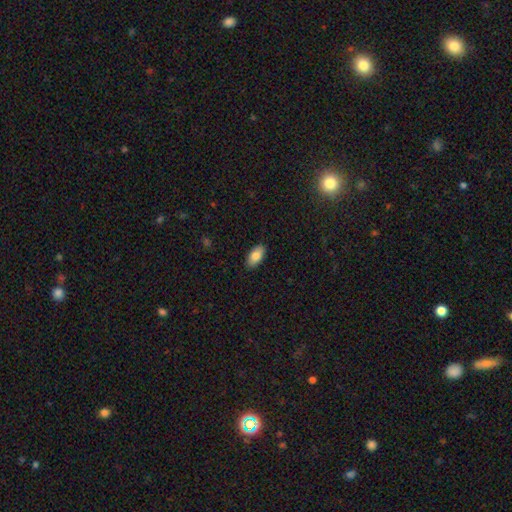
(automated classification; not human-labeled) smooth_or_featured: smooth (p=0.84) [alt: featured or disk p=0.10]
how_rounded: in between (p=0.92) [alt: cigar-shaped p=0.05]
merging: none (p=0.89) [alt: minor disturbance p=0.08]